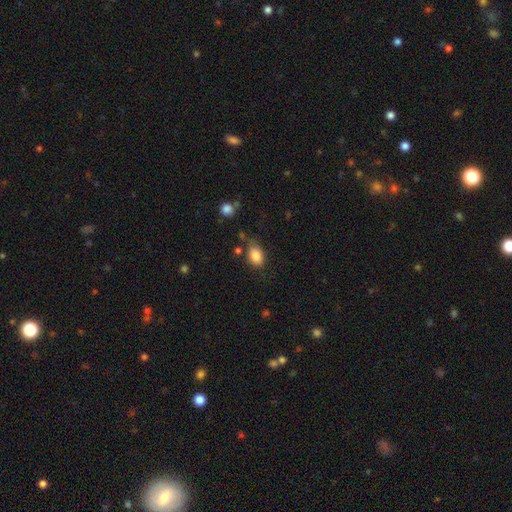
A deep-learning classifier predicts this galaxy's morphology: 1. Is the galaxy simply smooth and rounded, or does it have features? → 85% smooth, 9% star or artifact, 6% featured or disk.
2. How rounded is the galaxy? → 79% in between, 20% round, 1% cigar-shaped.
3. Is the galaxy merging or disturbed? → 68% none, 21% minor disturbance, 6% major disturbance, 5% merger.